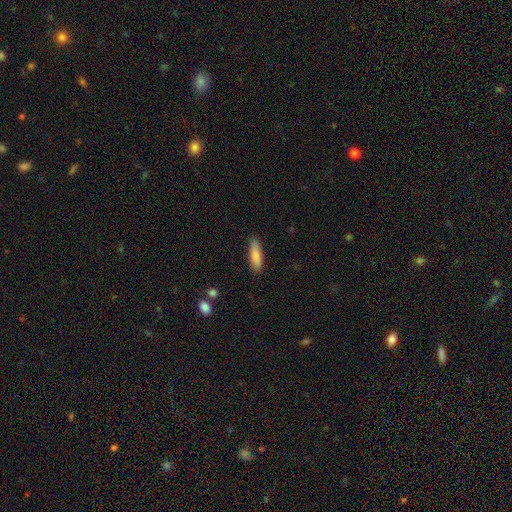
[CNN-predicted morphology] A smooth galaxy with no disk features (86%) that is cigar-shaped (63%). Merging: none (88%).